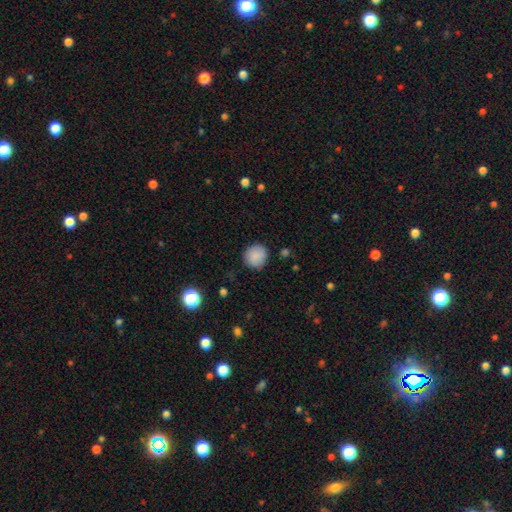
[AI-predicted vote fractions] Overall: smooth (88%). How rounded: round (91%). Merging: none (87%).